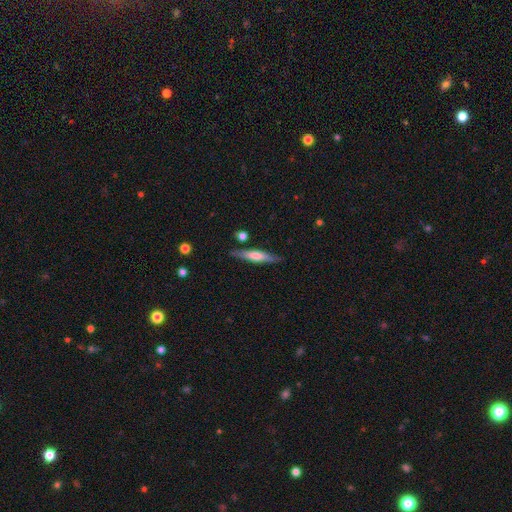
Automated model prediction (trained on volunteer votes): A featured or disk galaxy (52%) viewed edge-on (92%).

Vote fractions:
- Smooth or featured? featured or disk: 52% / smooth: 42% / star or artifact: 6%
- Edge-on disk? yes: 92% / no: 8%
- Merging? none: 83% / minor disturbance: 12% / merger: 3% / major disturbance: 2%